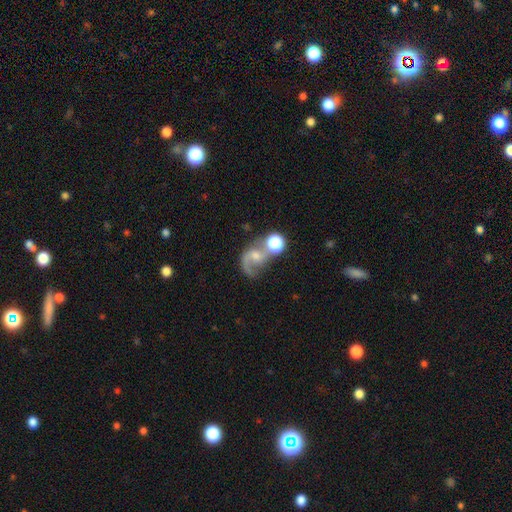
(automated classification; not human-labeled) Smooth or featured? Predicted: featured or disk (p=0.70). Edge-on disk? Predicted: no (p=0.97). Bar? Predicted: no (p=0.57). Spiral arms? Predicted: yes (p=0.90). Spiral winding? Predicted: loose (p=0.53). Spiral arm count? Predicted: 2 (p=0.49). Bulge size? Predicted: small (p=0.42). Merging? Predicted: none (p=0.36).